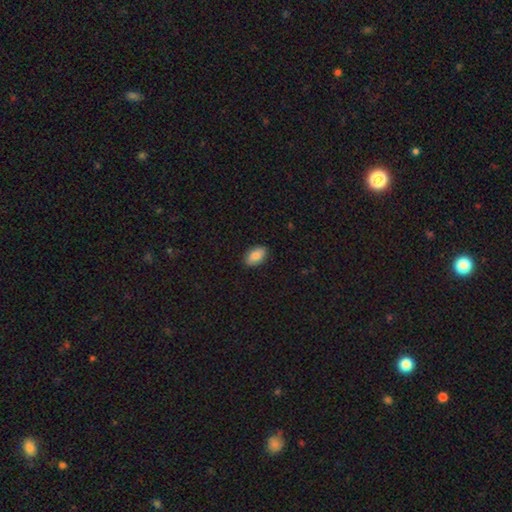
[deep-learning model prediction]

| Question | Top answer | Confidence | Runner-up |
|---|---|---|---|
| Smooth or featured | smooth | 86% | featured or disk (7%) |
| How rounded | in between | 92% | round (6%) |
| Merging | none | 88% | minor disturbance (9%) |